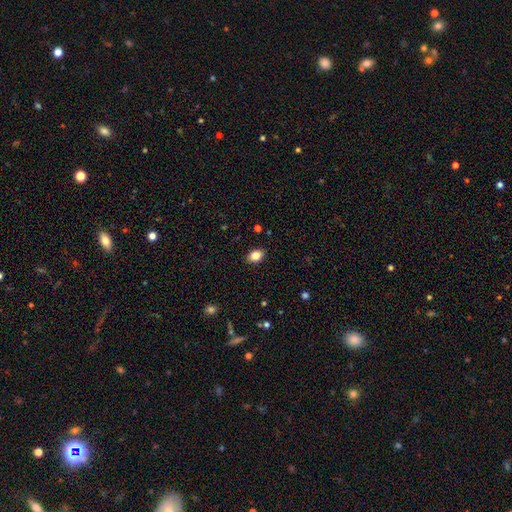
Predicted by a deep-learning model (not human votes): smooth-or-featured: smooth: 82% | star or artifact: 9% | featured or disk: 9%
  how-rounded: in between: 81% | round: 17% | cigar-shaped: 2%
  merging: none: 88% | minor disturbance: 9% | major disturbance: 2% | merger: 1%